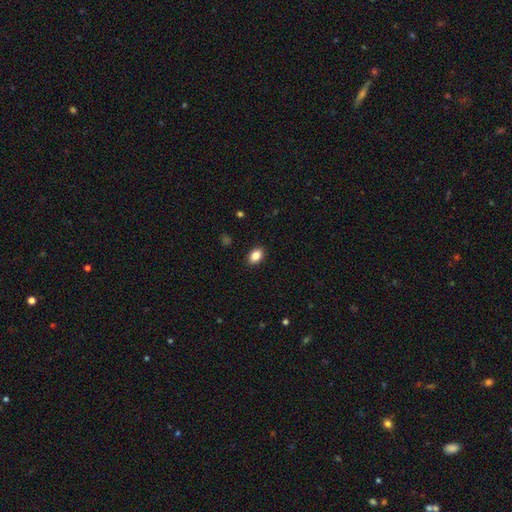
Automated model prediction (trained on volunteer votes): This is clearly a smooth galaxy (86%). How rounded: clearly in between (81%). Merging: clearly none (90%).